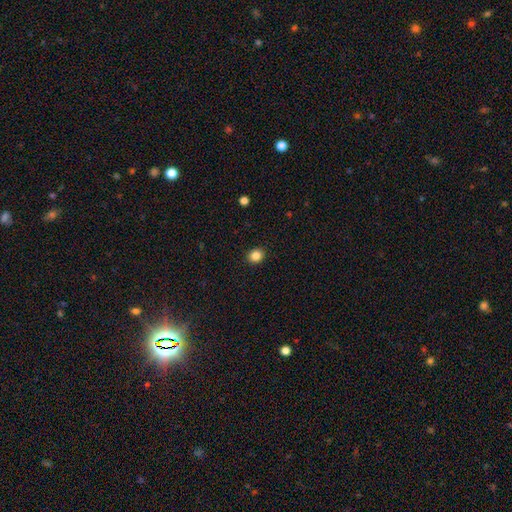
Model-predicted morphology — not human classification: This appears to be a smooth galaxy with no disk features (85%) that is round (75%). Merging: none (92%).